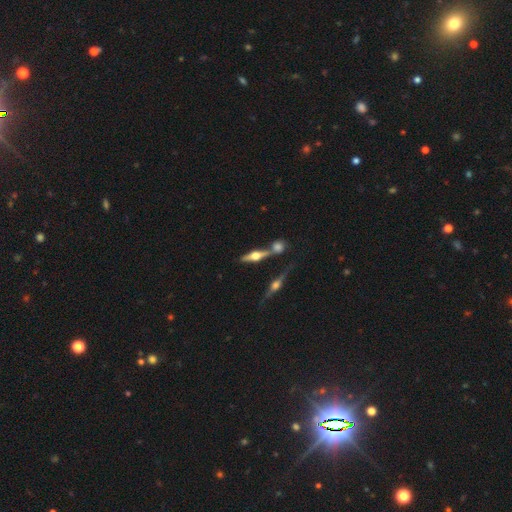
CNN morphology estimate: A featured or disk galaxy (76%) viewed edge-on (96%) with a rounded central bulge (96%).

Vote fractions:
- Smooth or featured? featured or disk: 76% / smooth: 17% / star or artifact: 6%
- Edge-on disk? yes: 96% / no: 4%
- Edge-on bulge? rounded: 96% / boxy: 3% / none: 1%
- Merging? none: 64% / merger: 22% / minor disturbance: 10% / major disturbance: 4%